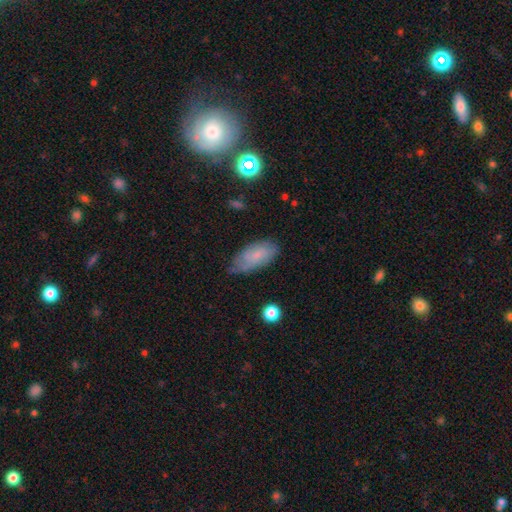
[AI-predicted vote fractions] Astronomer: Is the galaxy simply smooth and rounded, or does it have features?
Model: smooth — 66%.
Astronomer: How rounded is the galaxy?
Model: in between — 88%.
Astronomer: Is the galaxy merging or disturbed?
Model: none — 65%.